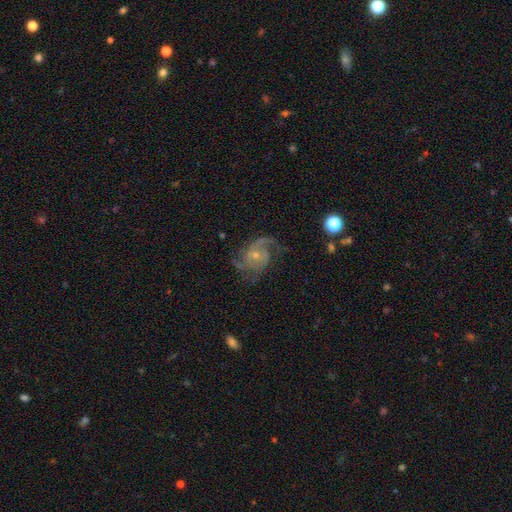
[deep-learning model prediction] Morphology: type=featured or disk (85%); edge-on=no (98%); bar=no (67%); spiral arms=yes (95%); winding=medium (50%); arm count=2 (41%); bulge=small (64%); merging=none (61%).